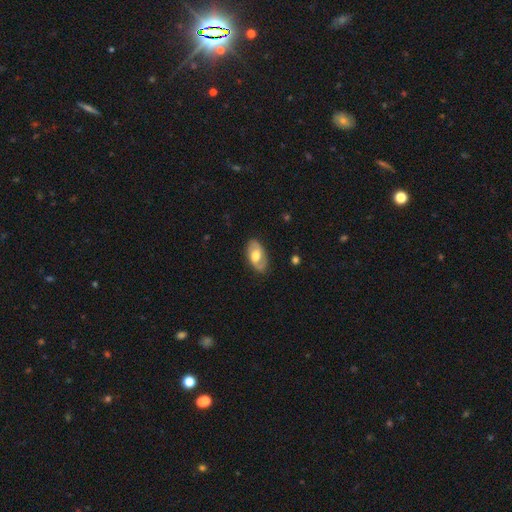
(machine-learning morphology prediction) featured or disk 58%, smooth 36%, star or artifact 6%. Down the decision tree: edge-on disk — no (93%); bar — no (58%); spiral arms — yes (75%); bulge size — moderate (62%); merging — none (78%).